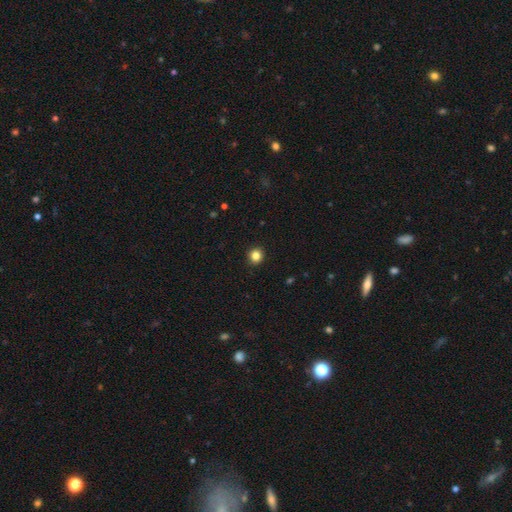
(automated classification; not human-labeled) A smooth galaxy with no disk features (84%) that is round (92%).

Vote fractions:
- Smooth or featured? smooth: 84% / star or artifact: 12% / featured or disk: 5%
- How rounded? round: 92% / in between: 7% / cigar-shaped: 1%
- Merging? none: 93% / minor disturbance: 4% / major disturbance: 1% / merger: 1%